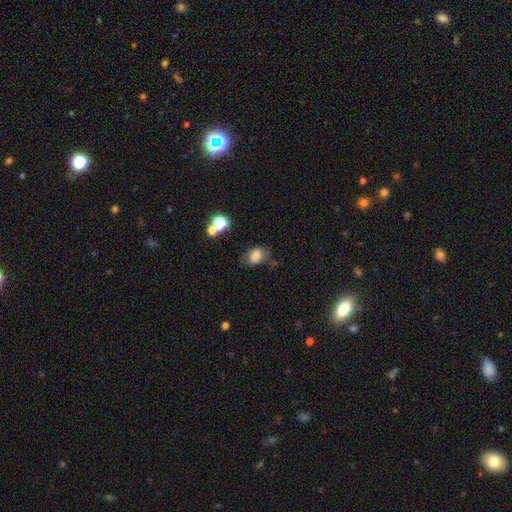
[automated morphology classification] Q: Smooth or featured?
A: smooth (75%); runner-up: featured or disk (14%)
Q: How rounded?
A: in between (80%); runner-up: round (19%)
Q: Merging?
A: none (54%); runner-up: minor disturbance (26%)